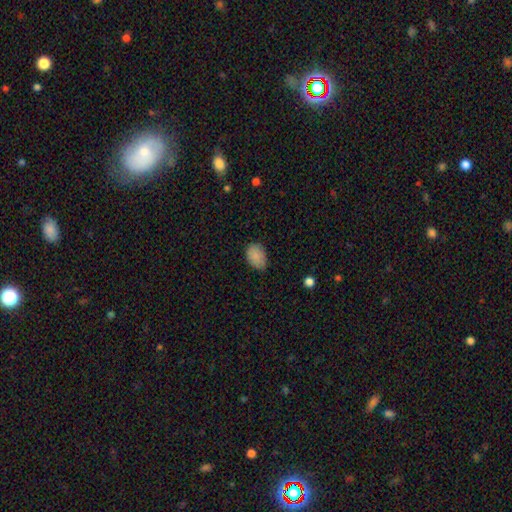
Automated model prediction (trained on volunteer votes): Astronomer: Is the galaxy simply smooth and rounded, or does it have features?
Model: smooth — 87%.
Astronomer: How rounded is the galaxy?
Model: in between — 80%.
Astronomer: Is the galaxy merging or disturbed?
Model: none — 71%.